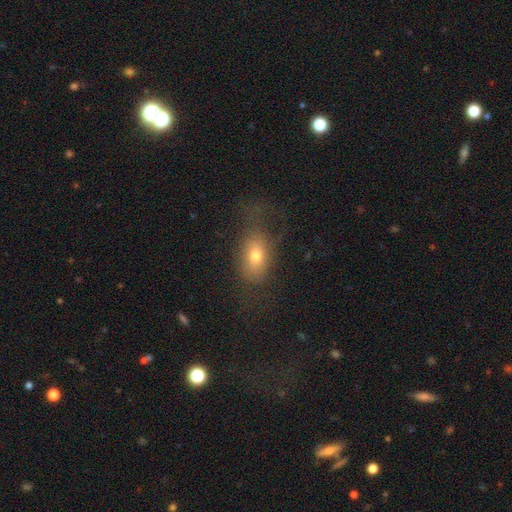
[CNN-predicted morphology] smooth_or_featured: smooth (p=0.70) [alt: featured or disk p=0.18]
how_rounded: in between (p=0.82) [alt: round p=0.15]
merging: none (p=0.50) [alt: major disturbance p=0.25]